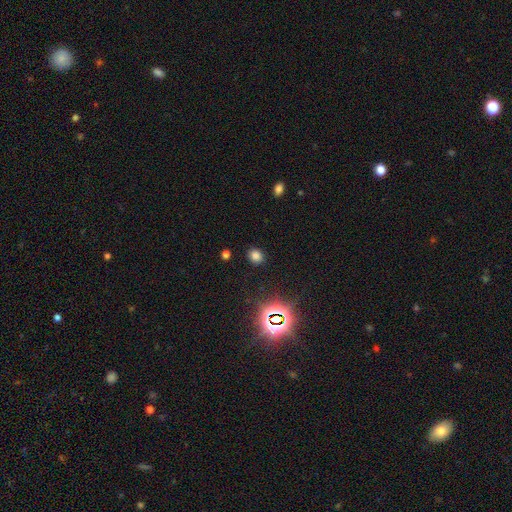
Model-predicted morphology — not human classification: This appears to be a smooth galaxy with no disk features (72%) that is round (61%). Merging: none (87%).